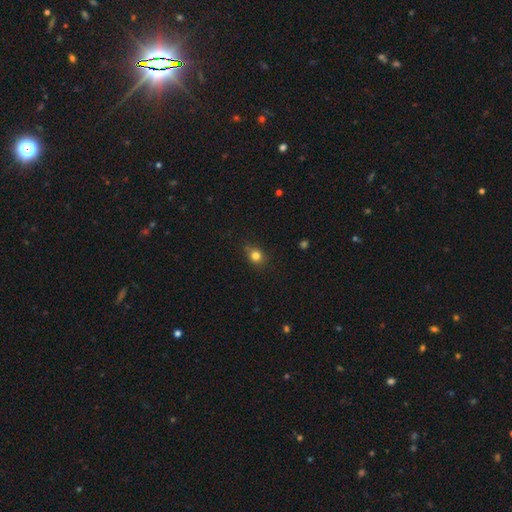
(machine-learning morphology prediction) smooth_or_featured: smooth (p=0.81) [alt: star or artifact p=0.12]
how_rounded: round (p=0.68) [alt: in between p=0.31]
merging: none (p=0.74) [alt: minor disturbance p=0.20]